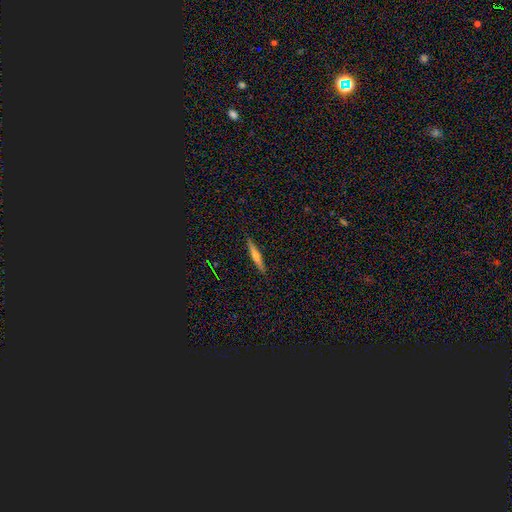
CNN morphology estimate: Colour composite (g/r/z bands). It shows a featured or disk galaxy (54%) viewed edge-on (96%) with a rounded central bulge (81%). Merging: none (91%).